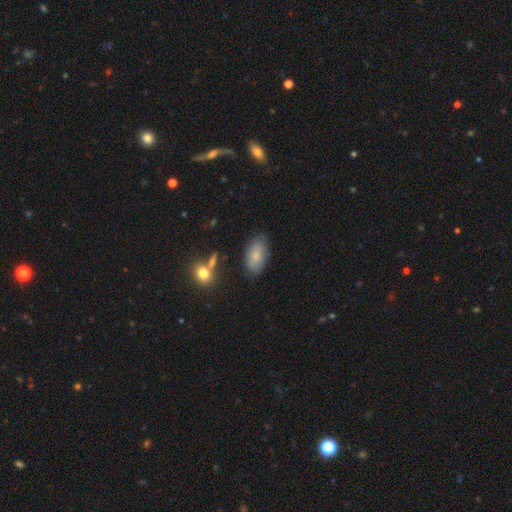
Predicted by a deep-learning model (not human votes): Overall: smooth (77%). How rounded: in between (93%). Merging: none (76%).